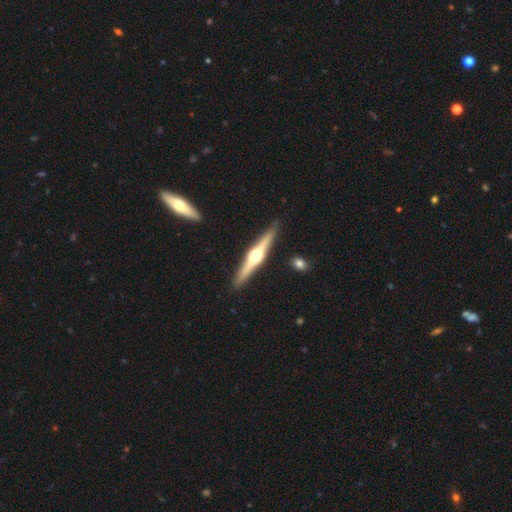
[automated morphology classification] smooth_or_featured: featured or disk (p=0.78) [alt: smooth p=0.17]
disk_edge_on: yes (p=0.98) [alt: no p=0.02]
edge_on_bulge: rounded (p=0.95) [alt: boxy p=0.03]
merging: none (p=0.90) [alt: minor disturbance p=0.07]